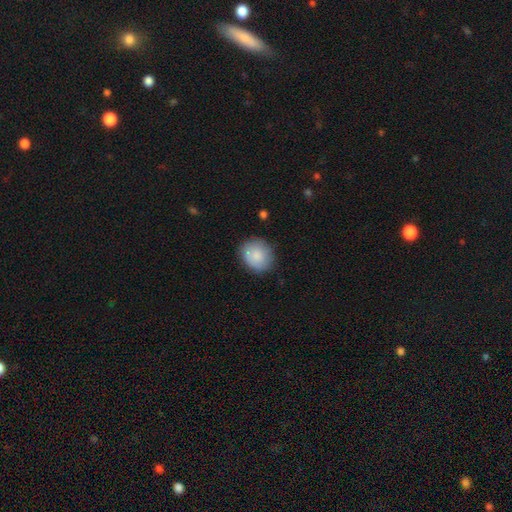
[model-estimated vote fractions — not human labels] smooth 82%, featured or disk 11%, star or artifact 7%. Down the decision tree: how rounded — round (77%); merging — none (74%).